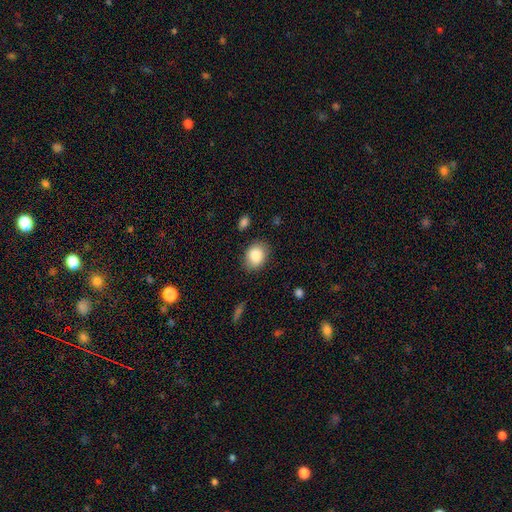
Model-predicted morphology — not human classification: smooth_or_featured: smooth (p=0.87) [alt: star or artifact p=0.08]
how_rounded: in between (p=0.58) [alt: round p=0.41]
merging: none (p=0.81) [alt: minor disturbance p=0.14]